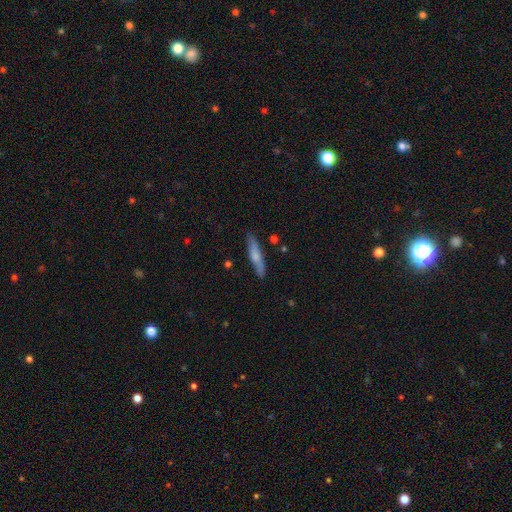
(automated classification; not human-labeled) Overall: smooth (62%; featured or disk 32%). How rounded: cigar-shaped (88%). Merging: none (84%).